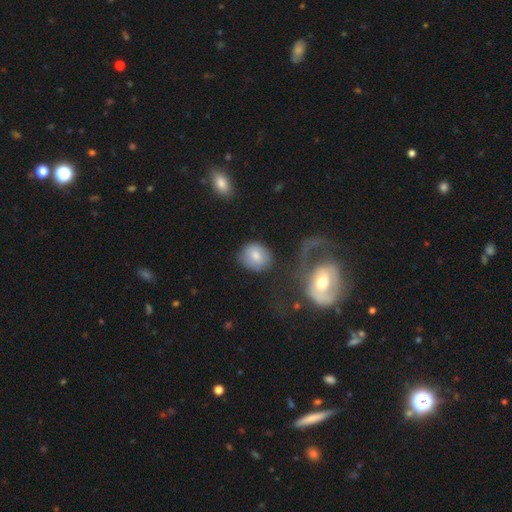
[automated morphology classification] Smooth or featured: smooth — 73% (featured or disk — 20%)
How rounded: round — 73% (in between — 26%)
Merging: none — 72% (minor disturbance — 15%)